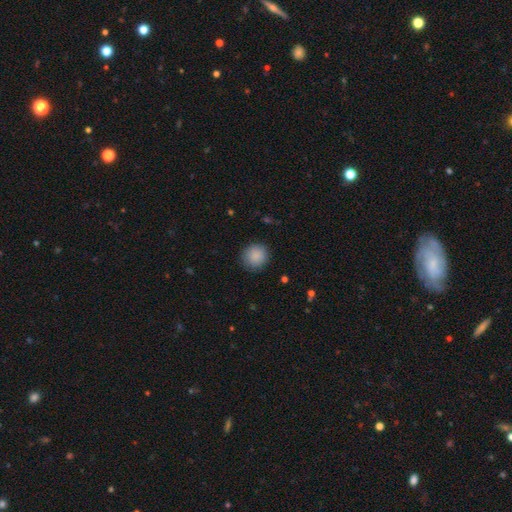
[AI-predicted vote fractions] Smooth or featured? Predicted: smooth (p=0.89). How rounded? Predicted: round (p=0.92). Merging? Predicted: none (p=0.87).